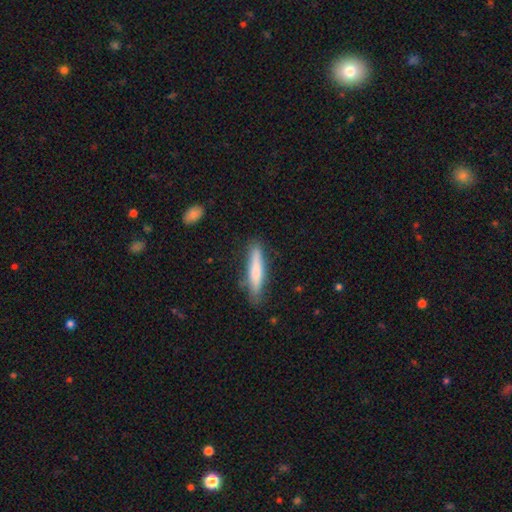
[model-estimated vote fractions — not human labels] Smooth or featured: smooth — 69% (featured or disk — 25%)
How rounded: cigar-shaped — 89% (in between — 10%)
Merging: none — 82% (minor disturbance — 13%)